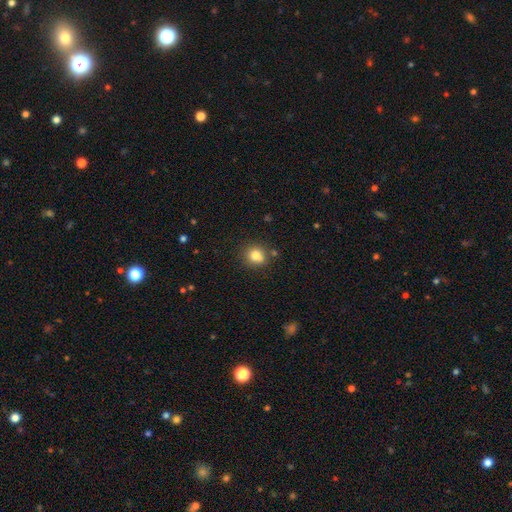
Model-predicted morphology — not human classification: This appears to be a smooth galaxy with no disk features (80%) that is round (83%). Merging: none (73%).